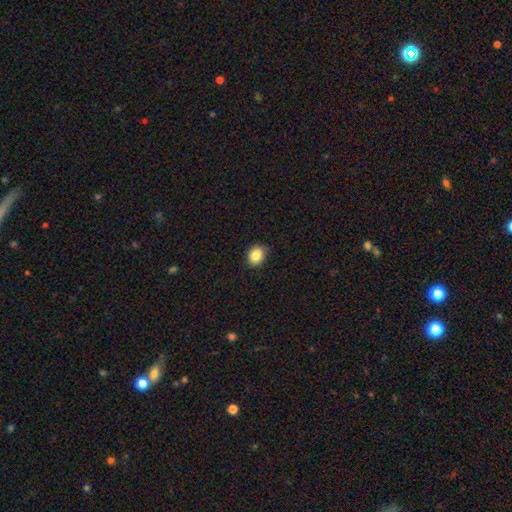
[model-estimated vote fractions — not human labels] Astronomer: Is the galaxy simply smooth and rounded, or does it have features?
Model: smooth — 84%.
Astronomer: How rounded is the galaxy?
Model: round — 58% (runner-up: in between, 42%).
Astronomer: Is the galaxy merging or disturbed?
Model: none — 79%.